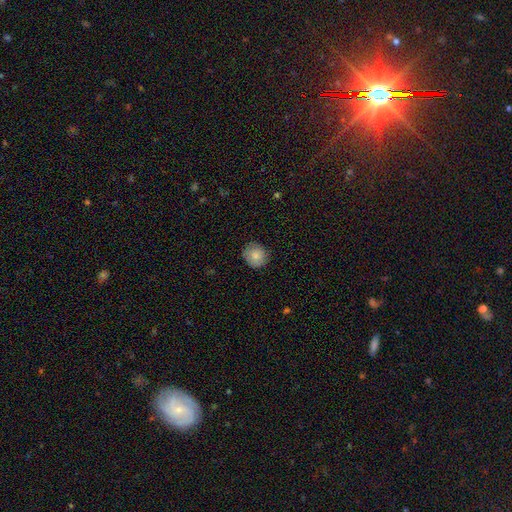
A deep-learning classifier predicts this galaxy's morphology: smooth 82%, featured or disk 10%, star or artifact 8%. Down the decision tree: how rounded — round (87%); merging — none (84%).